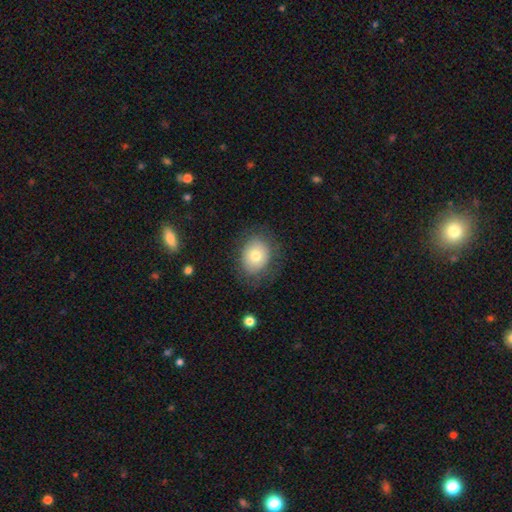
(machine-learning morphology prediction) Overall: smooth (71%). How rounded: round (52%; in between 48%). Merging: none (77%).